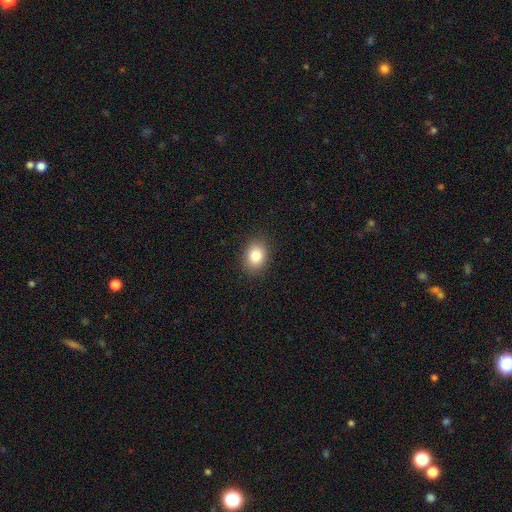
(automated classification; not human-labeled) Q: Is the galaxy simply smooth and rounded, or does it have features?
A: smooth — 84%.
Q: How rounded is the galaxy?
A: in between — 61%.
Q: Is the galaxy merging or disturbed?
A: none — 89%.